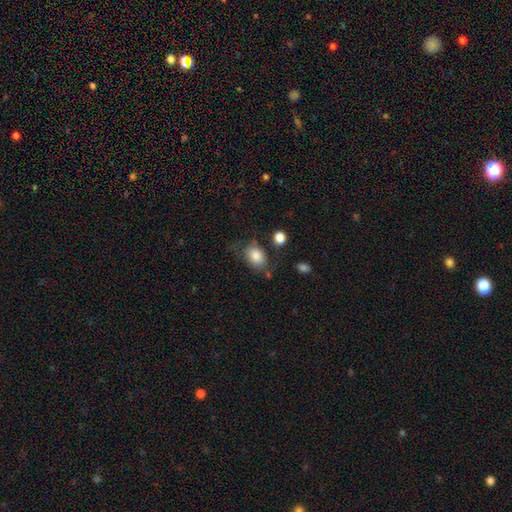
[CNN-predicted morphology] smooth 82%, featured or disk 10%, star or artifact 8%. Down the decision tree: how rounded — in between (70%); merging — none (59%).